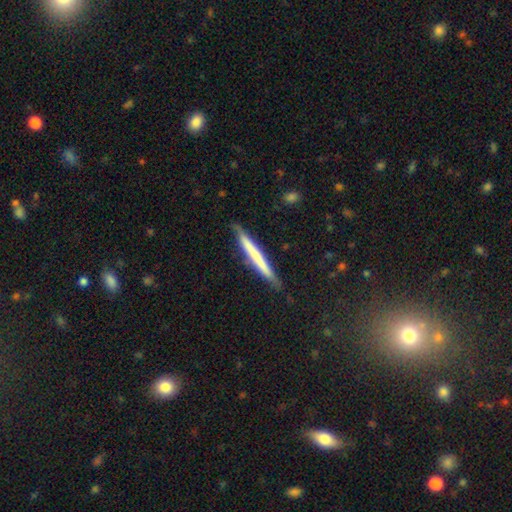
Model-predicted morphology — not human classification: Overall: smooth (53%; featured or disk 41%). How rounded: cigar-shaped (97%). Merging: none (83%).